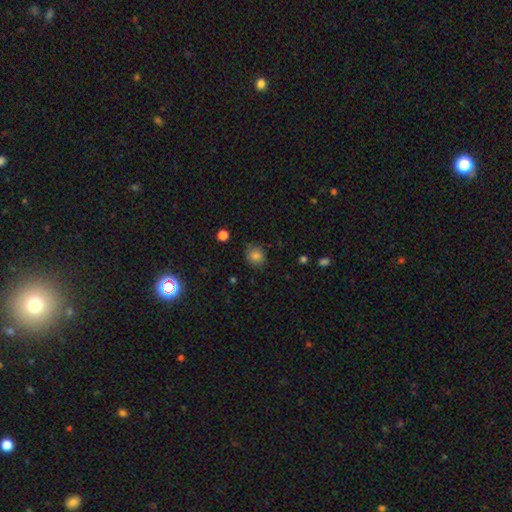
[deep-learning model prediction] smooth 83%, star or artifact 11%, featured or disk 7%. Down the decision tree: how rounded — round (74%); merging — none (78%).